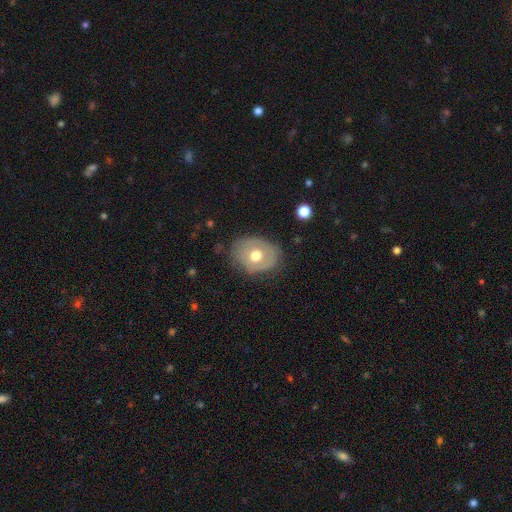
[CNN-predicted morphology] This is possibly a smooth galaxy (51%). How rounded: possibly in between (59%). Merging: likely none (69%).